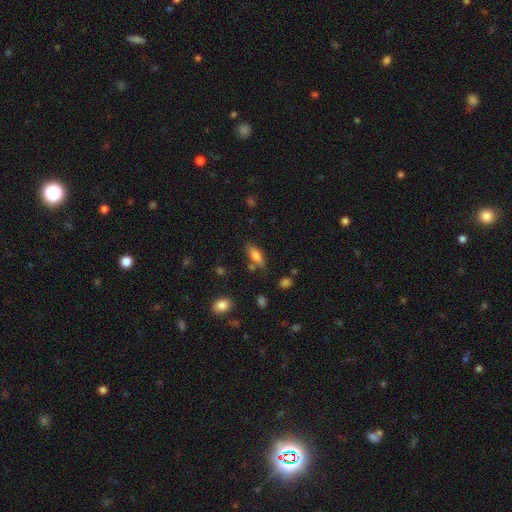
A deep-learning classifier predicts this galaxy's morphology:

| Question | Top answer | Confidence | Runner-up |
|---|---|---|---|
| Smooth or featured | smooth | 75% | featured or disk (17%) |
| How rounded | in between | 68% | cigar-shaped (29%) |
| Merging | none | 73% | minor disturbance (15%) |